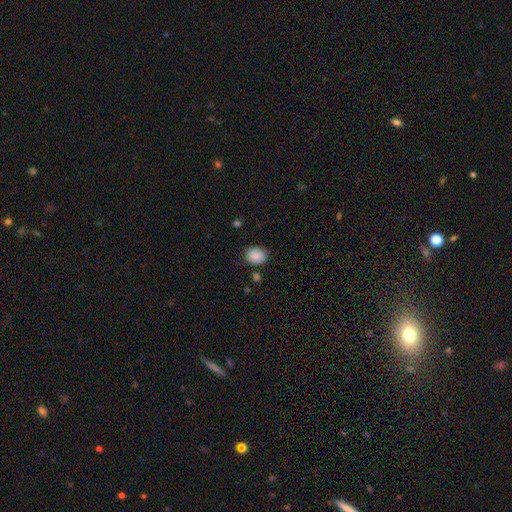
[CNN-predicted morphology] This appears to be a smooth galaxy with no disk features (86%) that is round (55%). Merging: none (80%).